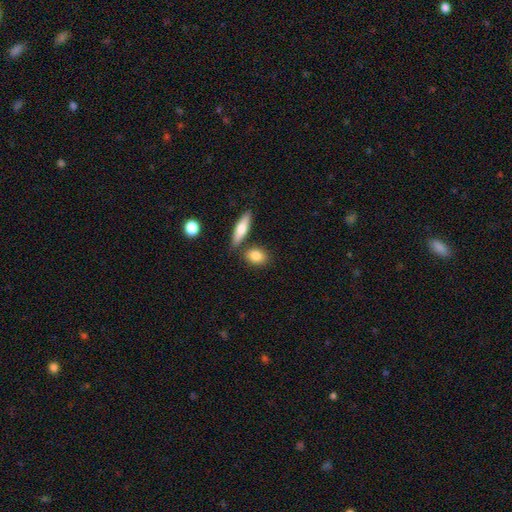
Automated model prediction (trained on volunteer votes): A smooth galaxy with no disk features (83%) that is in between round and cigar-shaped (67%). Merging: none (71%).